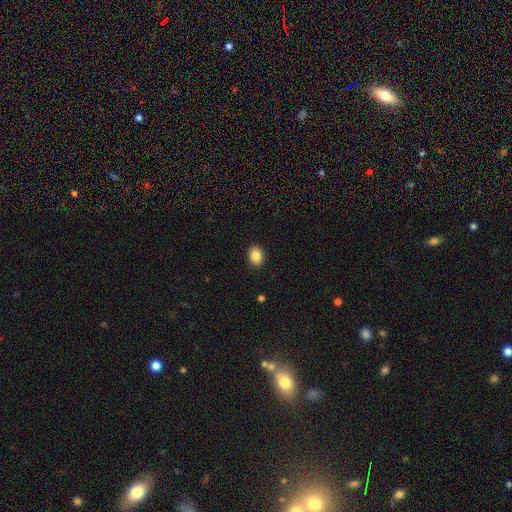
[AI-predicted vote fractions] Overall: smooth (87%). How rounded: in between (63%; round 36%). Merging: none (91%).